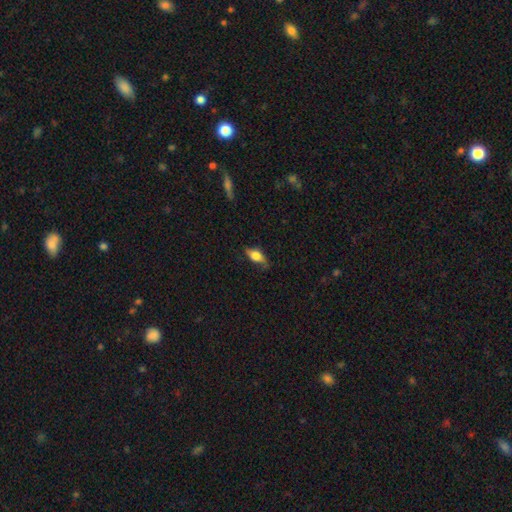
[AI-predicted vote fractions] Smooth or featured?
  - smooth: 64% *
  - featured or disk: 28%
  - star or artifact: 8%
How rounded?
  - in between: 79% *
  - cigar-shaped: 15%
  - round: 6%
Merging?
  - none: 69% *
  - minor disturbance: 24%
  - major disturbance: 6%
  - merger: 1%